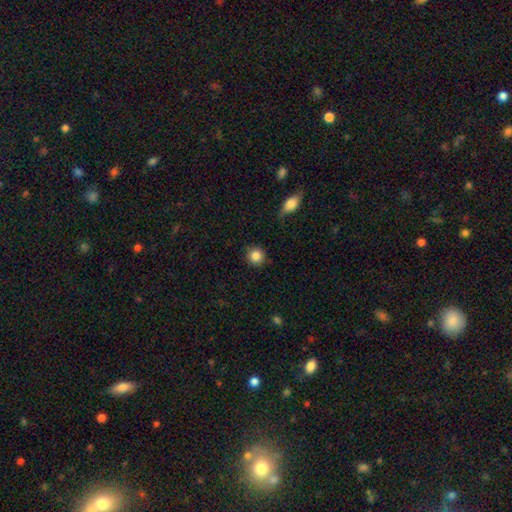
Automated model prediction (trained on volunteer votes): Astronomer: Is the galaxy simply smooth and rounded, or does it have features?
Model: smooth — 87%.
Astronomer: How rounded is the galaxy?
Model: round — 93%.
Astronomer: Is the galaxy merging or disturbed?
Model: none — 87%.